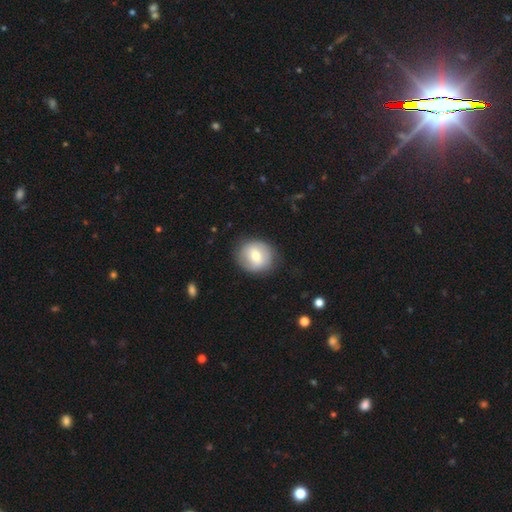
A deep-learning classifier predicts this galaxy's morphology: A smooth galaxy with no disk features (65%) that is round (81%).

Vote fractions:
- Smooth or featured? smooth: 65% / featured or disk: 28% / star or artifact: 8%
- How rounded? round: 81% / in between: 18% / cigar-shaped: 1%
- Merging? none: 83% / minor disturbance: 12% / major disturbance: 4% / merger: 1%